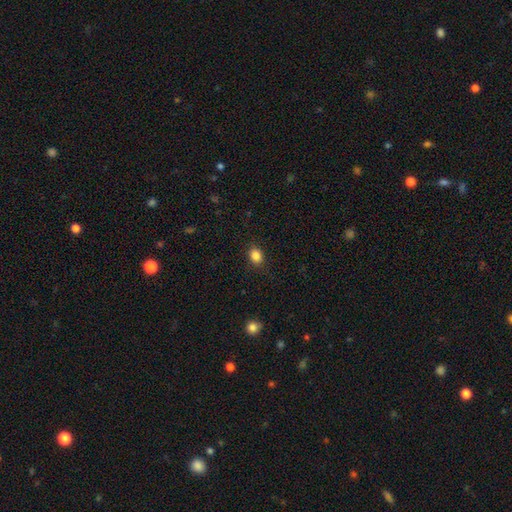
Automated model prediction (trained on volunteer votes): Overall: smooth (85%). How rounded: round (53%; in between 46%). Merging: none (87%).